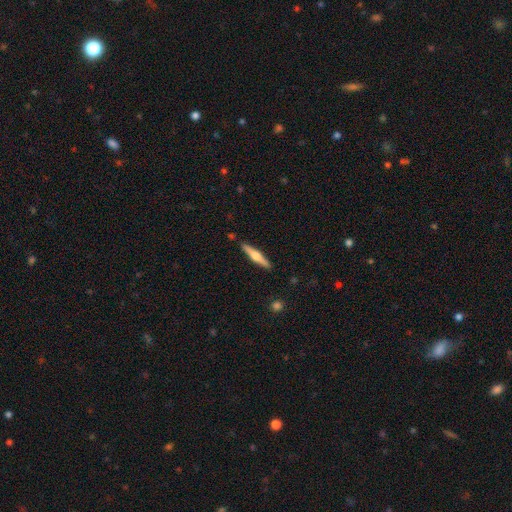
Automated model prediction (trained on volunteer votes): Smooth or featured?
  - featured or disk: 63% *
  - smooth: 32%
  - star or artifact: 5%
Edge-on disk?
  - yes: 98% *
  - no: 2%
Edge-on bulge?
  - rounded: 90% *
  - boxy: 6%
  - none: 4%
Merging?
  - none: 89% *
  - minor disturbance: 8%
  - merger: 2%
  - major disturbance: 2%